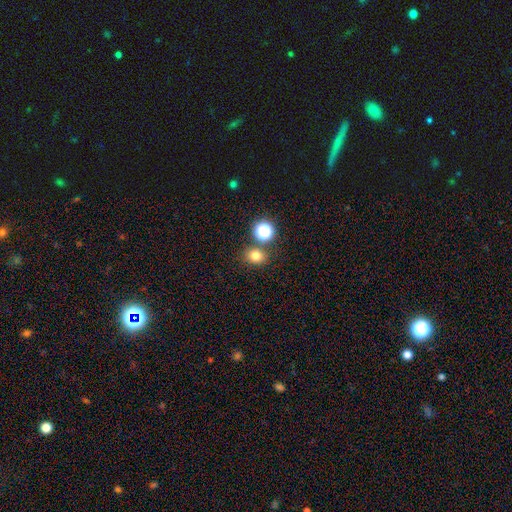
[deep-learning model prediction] smooth 76%, star or artifact 18%, featured or disk 7%. Down the decision tree: how rounded — round (67%); merging — none (76%).